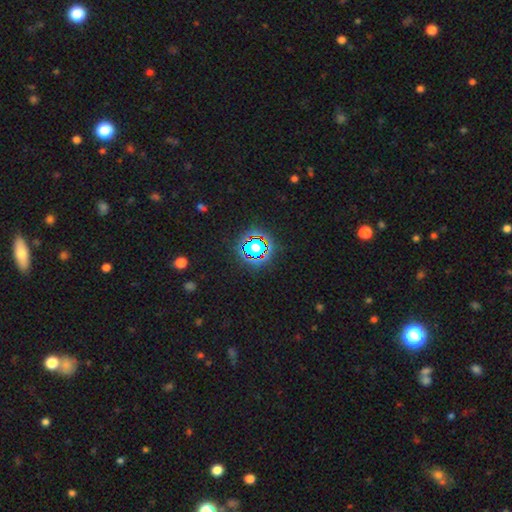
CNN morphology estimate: A star or artifact, not a galaxy (74%).

Vote fractions:
- Smooth or featured? star or artifact: 74% / smooth: 17% / featured or disk: 9%